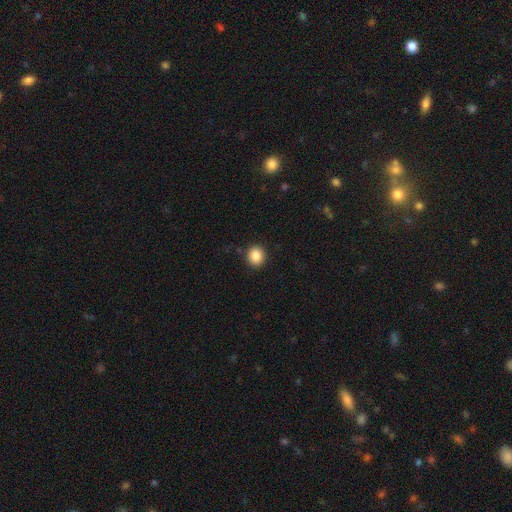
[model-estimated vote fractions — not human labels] Smooth or featured? smooth (87%)
How rounded? round (80%)
Merging? none (90%)